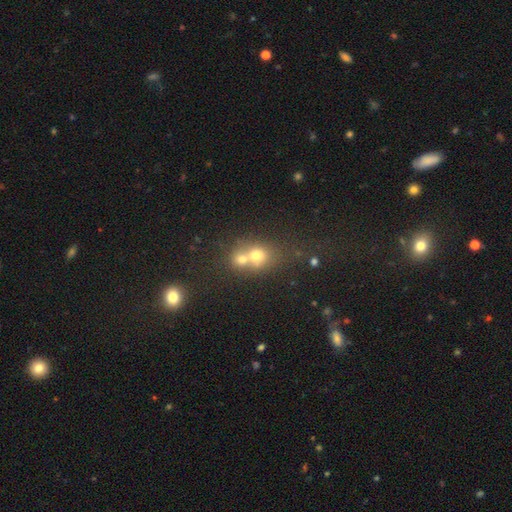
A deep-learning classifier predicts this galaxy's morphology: smooth 65%, featured or disk 18%, star or artifact 17%. Down the decision tree: how rounded — round (68%); merging — merger (61%).